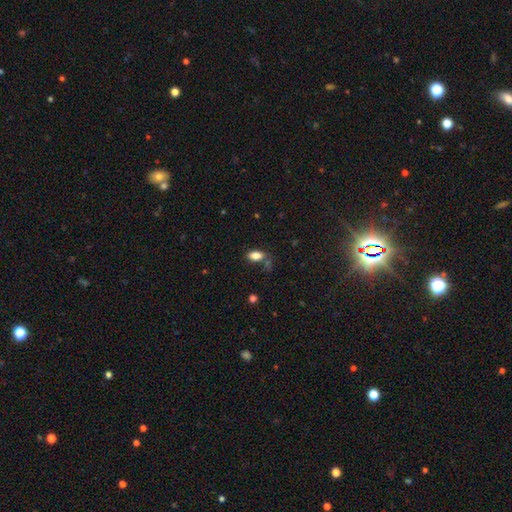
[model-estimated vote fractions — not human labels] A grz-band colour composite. It shows a smooth galaxy with no disk features (84%) that is in between round and cigar-shaped (90%). Merging: none (67%).